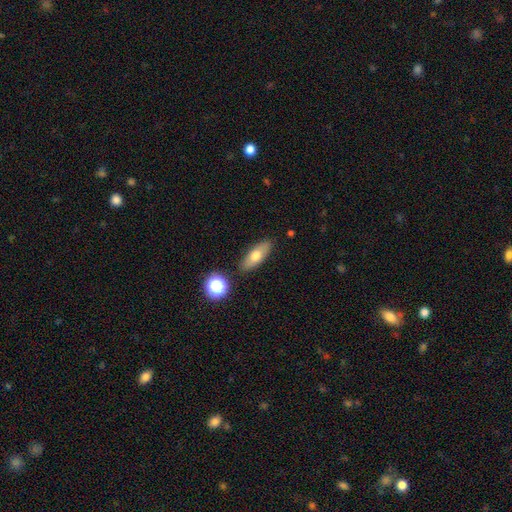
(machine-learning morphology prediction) smooth-or-featured: smooth: 67% | featured or disk: 24% | star or artifact: 9%
  how-rounded: in between: 71% | cigar-shaped: 24% | round: 5%
  merging: none: 85% | minor disturbance: 10% | merger: 3% | major disturbance: 2%